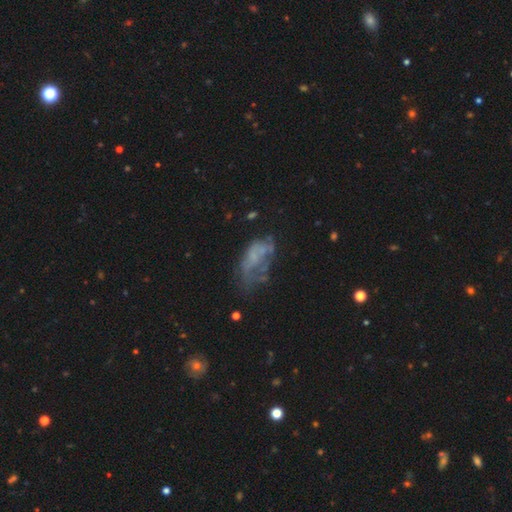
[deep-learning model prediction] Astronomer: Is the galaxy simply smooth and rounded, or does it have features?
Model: featured or disk — 51% (runner-up: smooth, 33%).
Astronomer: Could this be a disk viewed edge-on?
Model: no — 96%.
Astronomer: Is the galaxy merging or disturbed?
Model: major disturbance — 40% (runner-up: none, 30%).